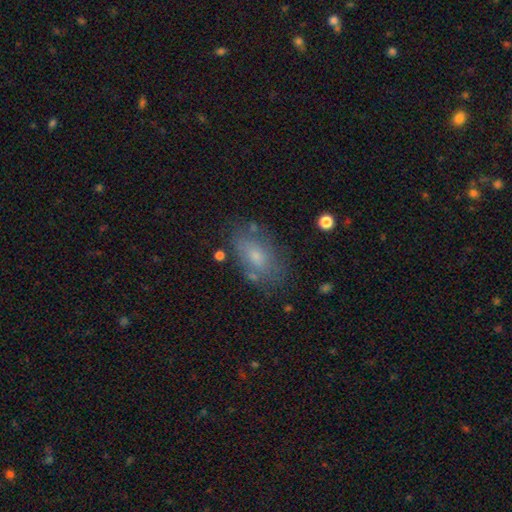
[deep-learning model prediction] This is likely a smooth galaxy (62%). How rounded: clearly in between (89%). Merging: likely none (68%).